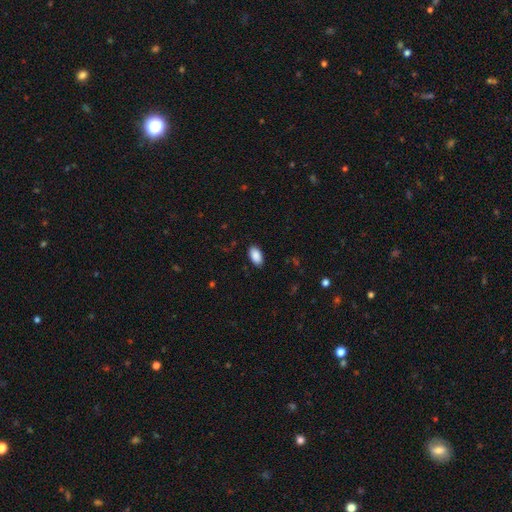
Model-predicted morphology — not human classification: Smooth or featured: smooth — 90% (star or artifact — 7%)
How rounded: in between — 95% (round — 3%)
Merging: none — 88% (minor disturbance — 9%)